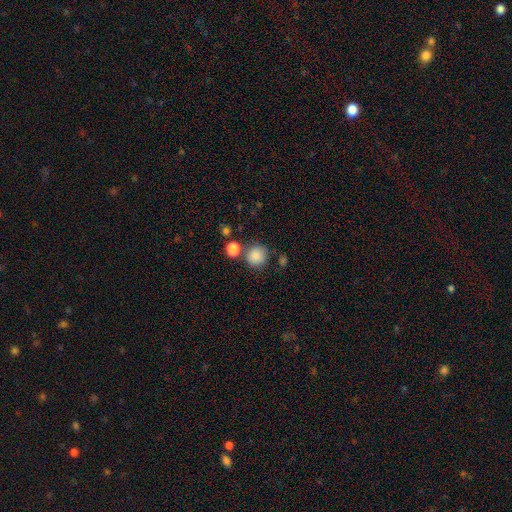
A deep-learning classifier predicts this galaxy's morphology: smooth 86%, star or artifact 10%, featured or disk 5%. Down the decision tree: how rounded — round (91%); merging — none (73%).